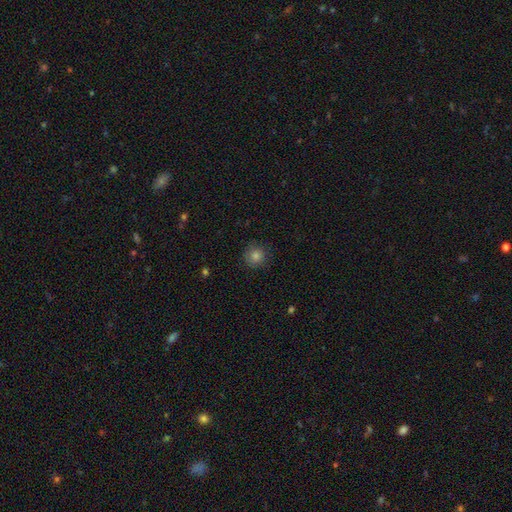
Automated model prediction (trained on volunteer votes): Smooth or featured? smooth (78%)
How rounded? round (94%)
Merging? none (88%)